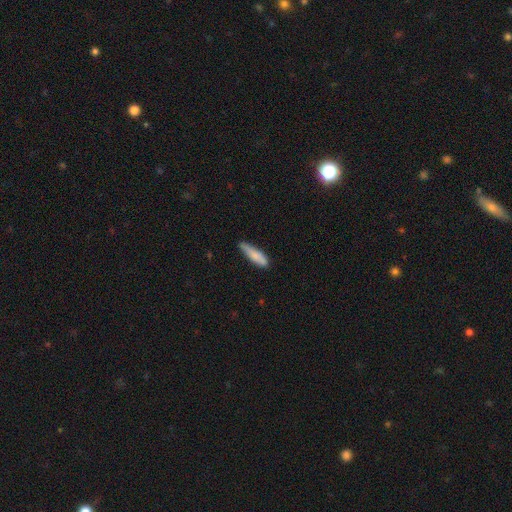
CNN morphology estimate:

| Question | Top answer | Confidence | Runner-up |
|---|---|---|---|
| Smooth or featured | smooth | 79% | featured or disk (15%) |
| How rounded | cigar-shaped | 69% | in between (29%) |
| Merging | none | 61% | minor disturbance (32%) |